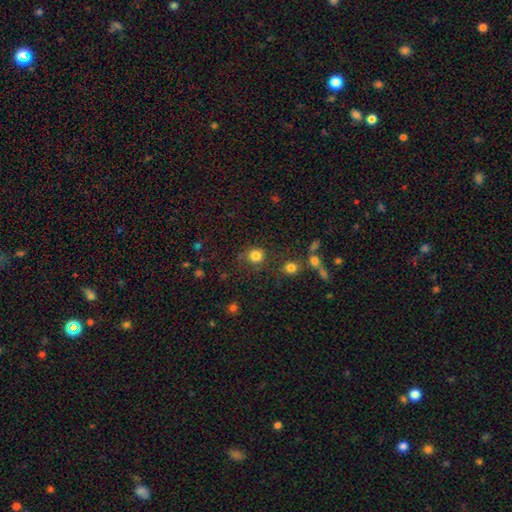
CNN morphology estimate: A smooth galaxy with no disk features (82%) that is round (88%).

Vote fractions:
- Smooth or featured? smooth: 82% / star or artifact: 13% / featured or disk: 5%
- How rounded? round: 88% / in between: 11% / cigar-shaped: 1%
- Merging? none: 75% / minor disturbance: 14% / merger: 6% / major disturbance: 6%